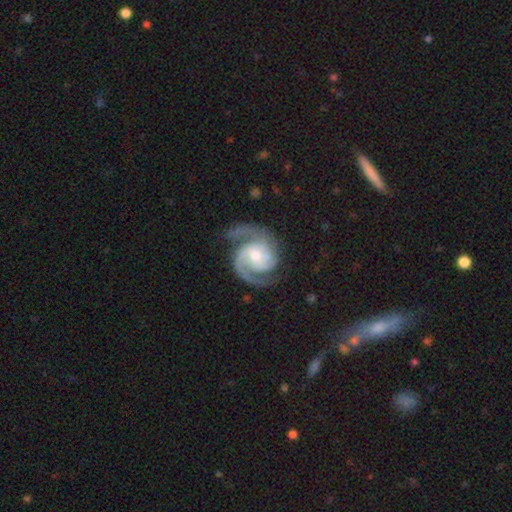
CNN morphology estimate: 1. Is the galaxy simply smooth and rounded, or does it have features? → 93% featured or disk, 4% star or artifact, 4% smooth.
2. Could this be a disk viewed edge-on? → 98% no, 2% yes.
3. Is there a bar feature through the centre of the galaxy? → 63% no, 30% weak, 7% strong.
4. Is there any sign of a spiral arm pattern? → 98% yes, 2% no.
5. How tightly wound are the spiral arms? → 51% medium, 39% tight, 10% loose.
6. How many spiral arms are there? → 78% 2, 12% 3, 3% can't tell, 3% 1, 2% 4, 2% more than 4.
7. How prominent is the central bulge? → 59% moderate, 32% small, 5% large, 2% none, 1% dominant.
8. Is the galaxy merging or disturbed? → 72% none, 17% minor disturbance, 9% major disturbance, 2% merger.